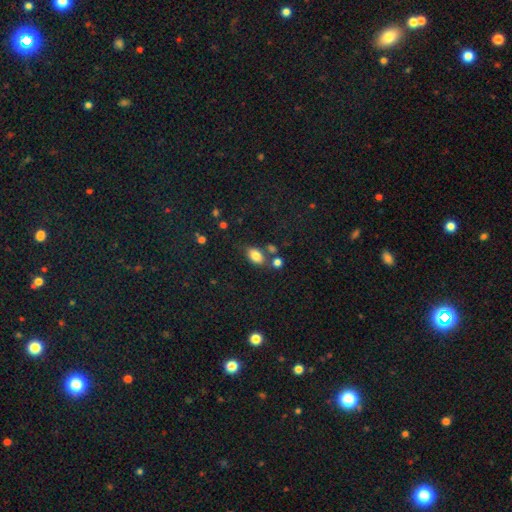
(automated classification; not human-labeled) smooth_or_featured: smooth (p=0.81) [alt: star or artifact p=0.10]
how_rounded: in between (p=0.86) [alt: round p=0.12]
merging: none (p=0.65) [alt: merger p=0.16]